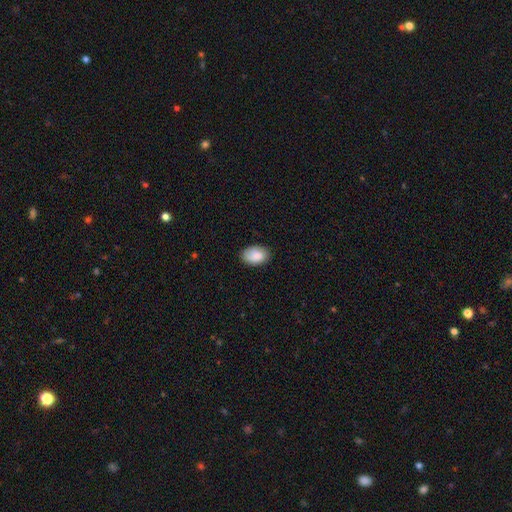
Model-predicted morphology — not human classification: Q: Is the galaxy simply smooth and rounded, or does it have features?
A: smooth — 87%.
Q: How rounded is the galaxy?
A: in between — 89%.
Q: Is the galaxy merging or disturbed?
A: none — 81%.